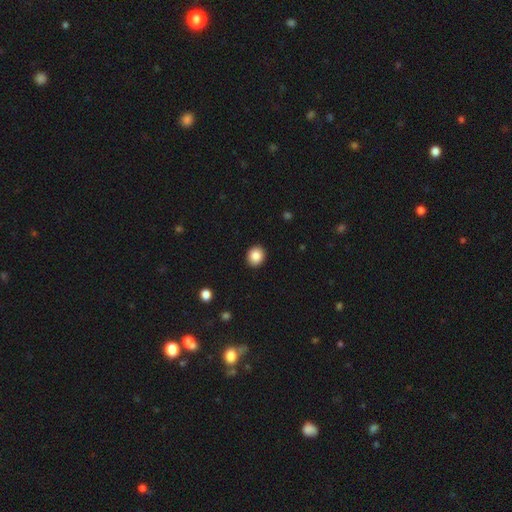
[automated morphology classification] This is clearly a smooth galaxy (87%). How rounded: likely round (78%). Merging: clearly none (92%).